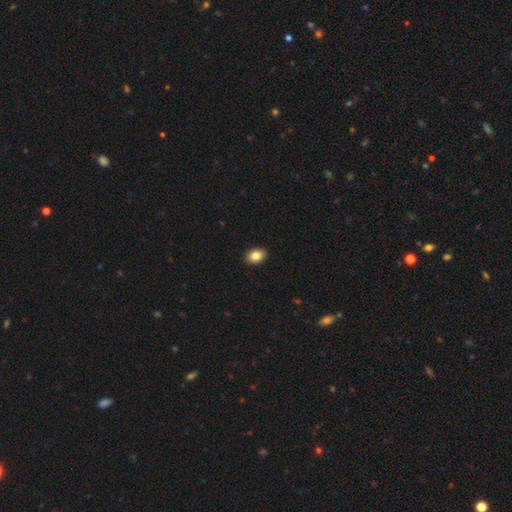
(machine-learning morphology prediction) Overall: smooth (85%). How rounded: in between (81%). Merging: none (91%).